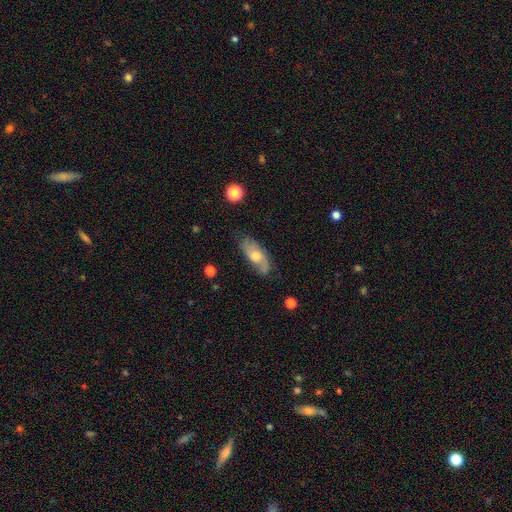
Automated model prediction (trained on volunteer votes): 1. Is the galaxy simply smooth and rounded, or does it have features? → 47% smooth, 46% featured or disk, 7% star or artifact.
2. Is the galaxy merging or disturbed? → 69% none, 23% minor disturbance, 6% major disturbance, 2% merger.